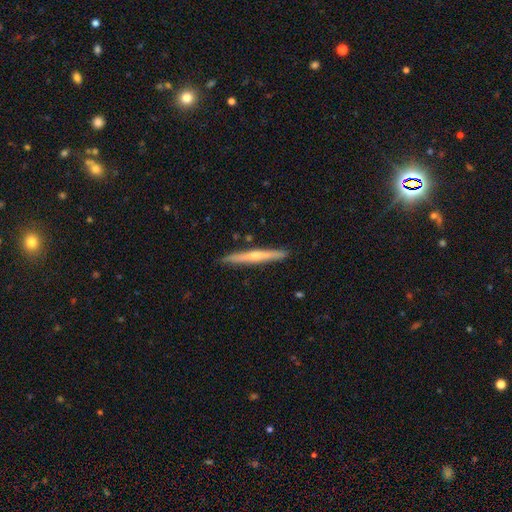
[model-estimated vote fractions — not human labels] featured or disk 60%, smooth 34%, star or artifact 6%. Down the decision tree: edge-on disk — yes (97%); edge-on bulge — rounded (74%); merging — none (91%).